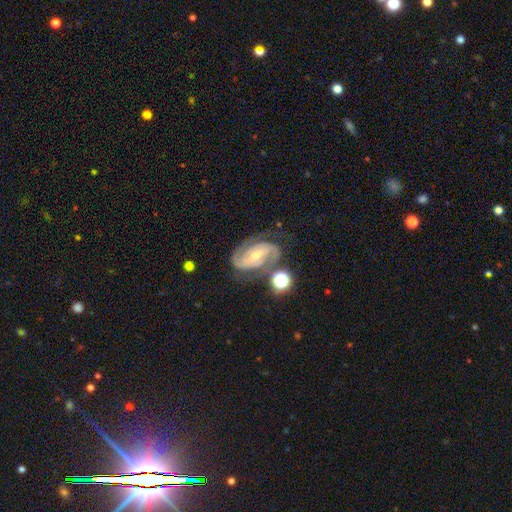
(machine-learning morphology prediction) A featured or disk galaxy (87%) with a strong bar (38%), 2 (86%) medium (48%) spiral arms (97%) and a small central bulge (58%).

Vote fractions:
- Smooth or featured? featured or disk: 87% / star or artifact: 7% / smooth: 6%
- Edge-on disk? no: 97% / yes: 3%
- Bar? strong: 38% / weak: 37% / no: 25%
- Spiral arms? yes: 97% / no: 3%
- Spiral winding? medium: 48% / tight: 39% / loose: 13%
- Spiral arm count? 2: 86% / can't tell: 5% / 3: 4% / 1: 2% / 4: 1% / more than 4: 1%
- Bulge size? small: 58% / moderate: 38% / none: 2% / large: 2% / dominant: 1%
- Merging? none: 68% / minor disturbance: 16% / merger: 9% / major disturbance: 7%